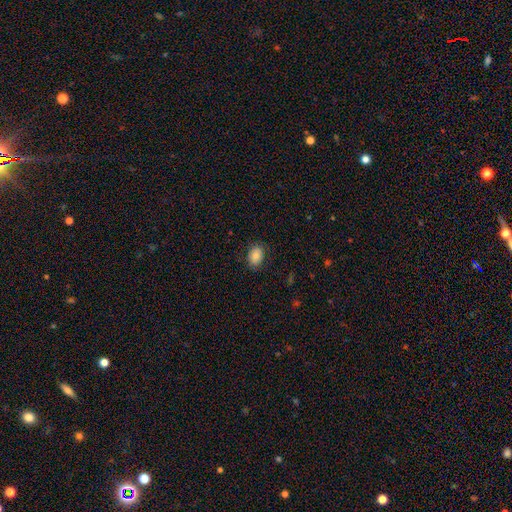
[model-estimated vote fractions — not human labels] Smooth or featured?
  - smooth: 84% *
  - star or artifact: 8%
  - featured or disk: 8%
How rounded?
  - in between: 77% *
  - round: 21%
  - cigar-shaped: 1%
Merging?
  - none: 85% *
  - minor disturbance: 12%
  - major disturbance: 3%
  - merger: 1%